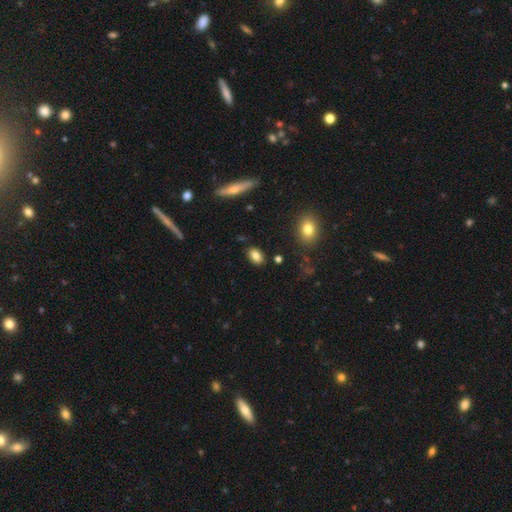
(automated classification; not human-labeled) A smooth galaxy with no disk features (82%) that is in between round and cigar-shaped (85%).

Vote fractions:
- Smooth or featured? smooth: 82% / featured or disk: 9% / star or artifact: 9%
- How rounded? in between: 85% / round: 12% / cigar-shaped: 2%
- Merging? none: 86% / minor disturbance: 10% / major disturbance: 2% / merger: 2%